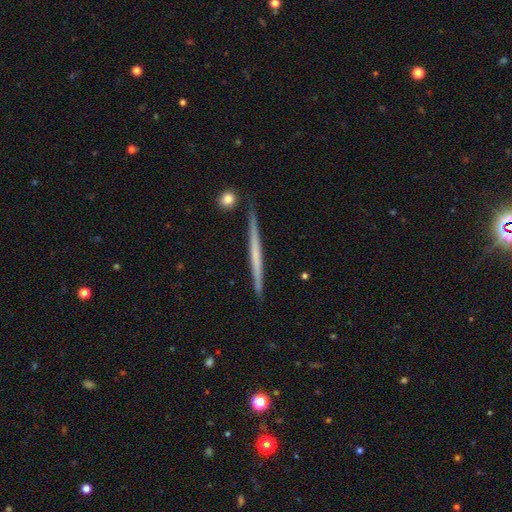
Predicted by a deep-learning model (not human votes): This is possibly a featured or disk galaxy (58%). It is clearly viewed edge-on (98%). Edge-on bulge: clearly none (87%). Merging: clearly none (89%).